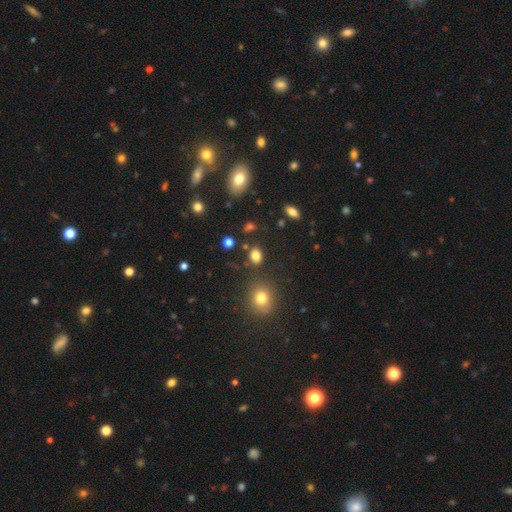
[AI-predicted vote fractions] A smooth galaxy with no disk features (80%) that is in between round and cigar-shaped (63%). Merging: none (80%).